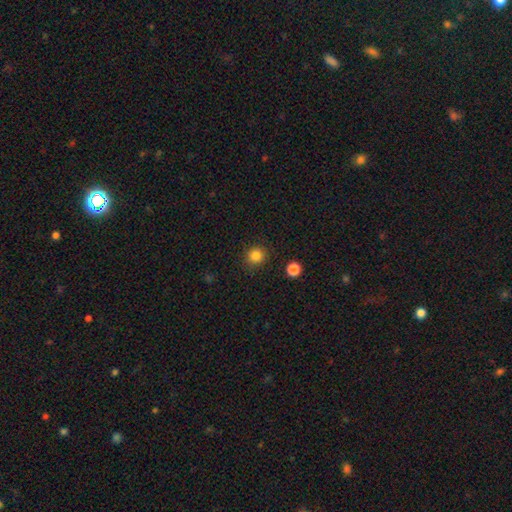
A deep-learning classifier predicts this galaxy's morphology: smooth 84%, star or artifact 12%, featured or disk 4%. Down the decision tree: how rounded — round (91%); merging — none (89%).